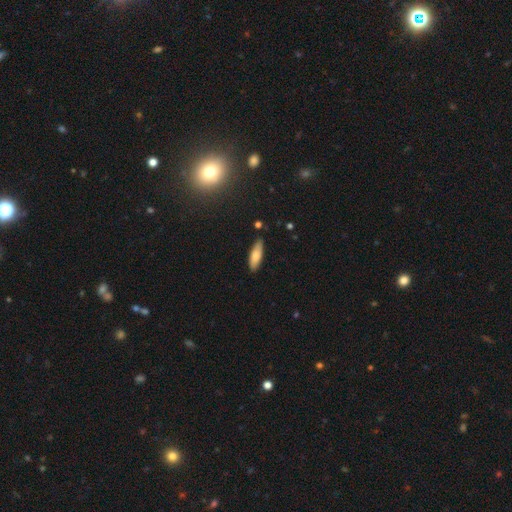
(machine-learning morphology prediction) The model was most divided on "how rounded": in between: 54%, cigar-shaped: 45%, round: 2%. More confident: merging — none (83%); smooth or featured — smooth (78%).